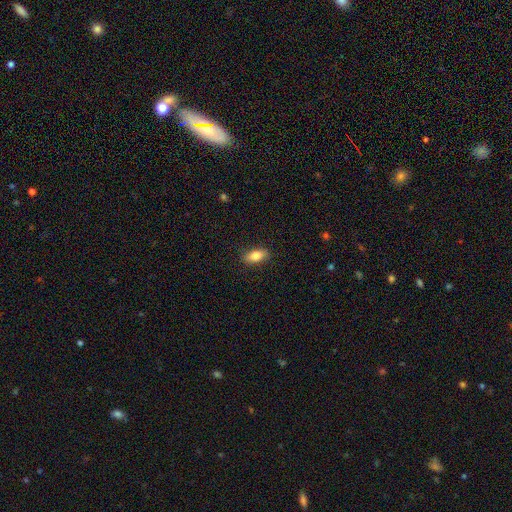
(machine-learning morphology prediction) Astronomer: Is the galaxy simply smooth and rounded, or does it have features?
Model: smooth — 82%.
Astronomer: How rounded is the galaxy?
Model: in between — 85%.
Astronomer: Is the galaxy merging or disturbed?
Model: none — 88%.